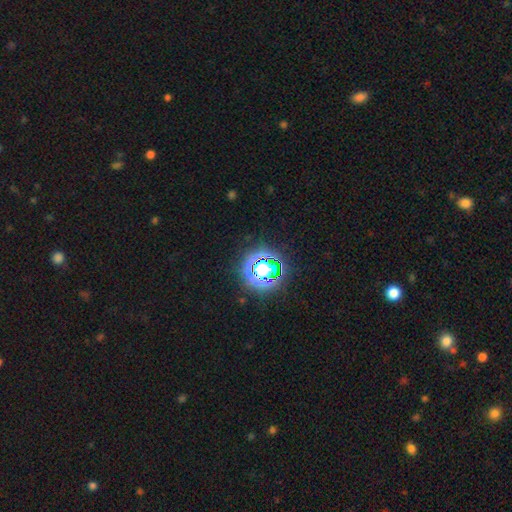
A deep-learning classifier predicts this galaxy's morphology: This appears to be a star or artifact, not a galaxy (84%).